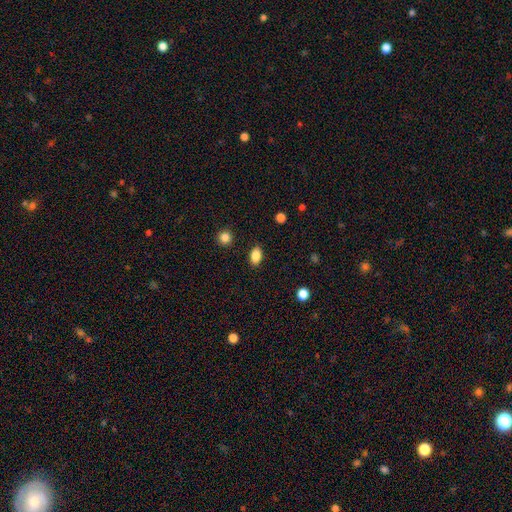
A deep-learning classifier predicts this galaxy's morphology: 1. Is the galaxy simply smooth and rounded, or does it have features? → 86% smooth, 9% star or artifact, 5% featured or disk.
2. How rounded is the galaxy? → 87% in between, 11% round, 2% cigar-shaped.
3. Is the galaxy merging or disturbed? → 88% none, 9% minor disturbance, 2% major disturbance, 1% merger.